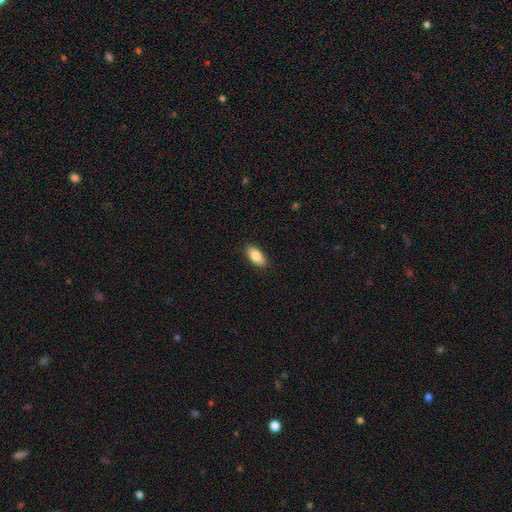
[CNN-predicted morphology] Smooth or featured?
  - smooth: 84% *
  - featured or disk: 9%
  - star or artifact: 7%
How rounded?
  - in between: 90% *
  - cigar-shaped: 8%
  - round: 3%
Merging?
  - none: 89% *
  - minor disturbance: 8%
  - major disturbance: 2%
  - merger: 1%